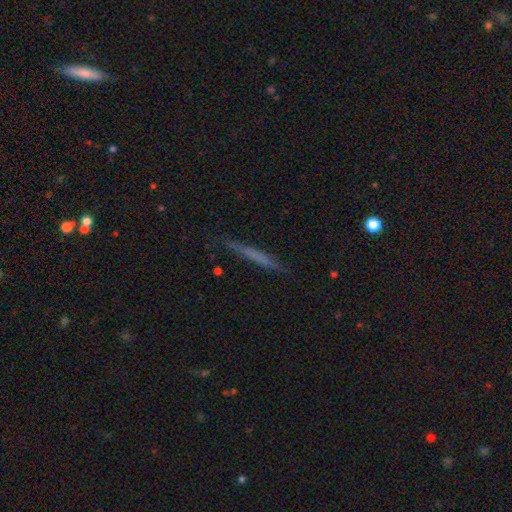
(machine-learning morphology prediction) This appears to be a smooth galaxy with no disk features (53%) that is cigar-shaped (95%). Merging: none (84%).